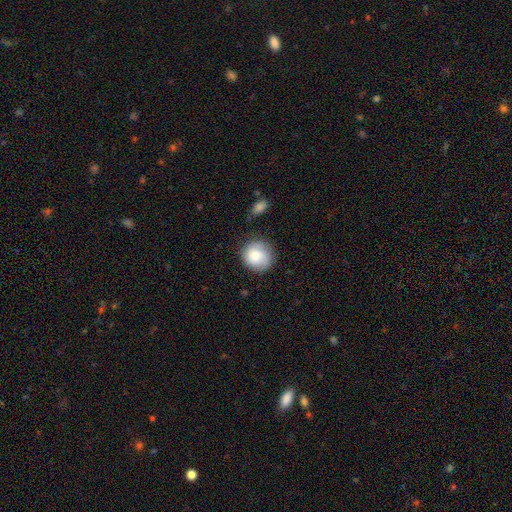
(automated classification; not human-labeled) smooth 76%, featured or disk 17%, star or artifact 7%. Down the decision tree: how rounded — round (90%); merging — none (76%).